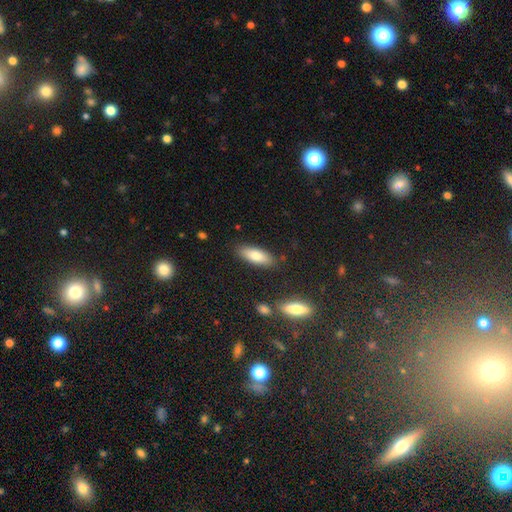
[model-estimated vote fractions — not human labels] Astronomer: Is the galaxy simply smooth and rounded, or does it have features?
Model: smooth — 77%.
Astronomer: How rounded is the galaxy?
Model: in between — 69%.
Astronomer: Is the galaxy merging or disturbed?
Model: none — 84%.